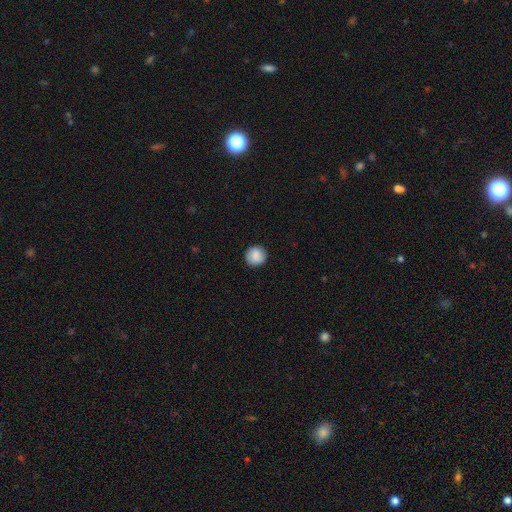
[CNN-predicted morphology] Smooth or featured?
  - smooth: 87% *
  - star or artifact: 8%
  - featured or disk: 6%
How rounded?
  - round: 94% *
  - in between: 5%
  - cigar-shaped: 1%
Merging?
  - none: 91% *
  - minor disturbance: 6%
  - major disturbance: 2%
  - merger: 1%